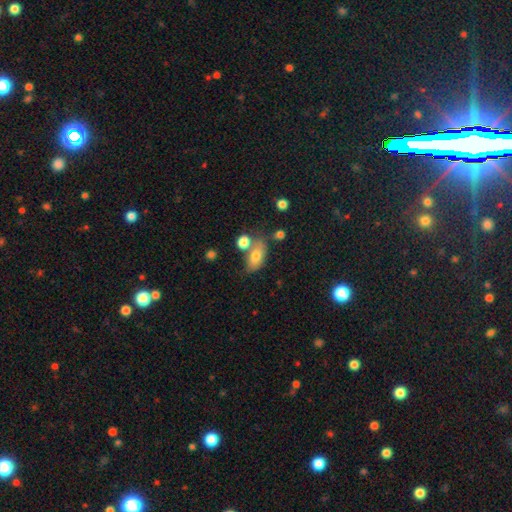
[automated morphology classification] This appears to be a smooth galaxy with no disk features (76%) that is in between round and cigar-shaped (87%). Merging: none (48%).